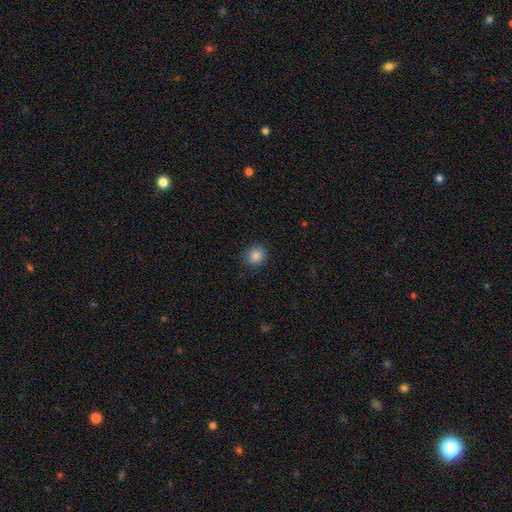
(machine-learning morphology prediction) A smooth galaxy with no disk features (85%) that is round (84%). Merging: none (88%).